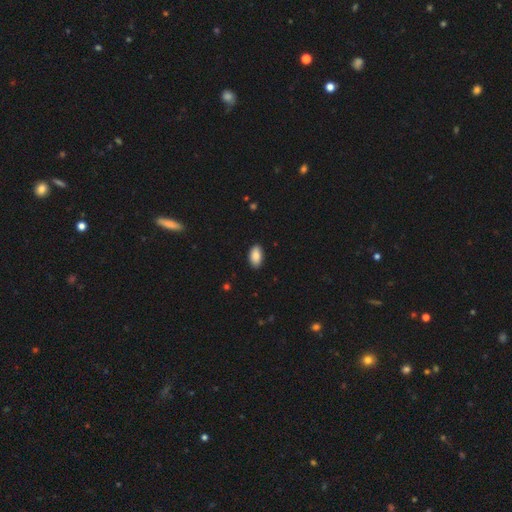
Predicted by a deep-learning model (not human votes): A smooth galaxy with no disk features (88%) that is in between round and cigar-shaped (95%). Merging: none (89%).